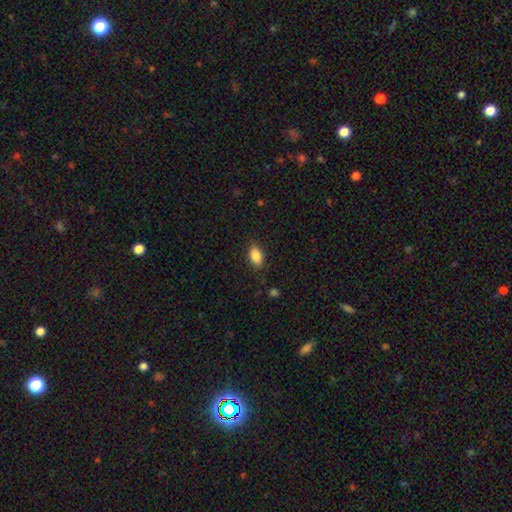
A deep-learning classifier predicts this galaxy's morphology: Q: Smooth or featured?
A: smooth (87%); runner-up: star or artifact (8%)
Q: How rounded?
A: in between (89%); runner-up: round (8%)
Q: Merging?
A: none (84%); runner-up: minor disturbance (12%)